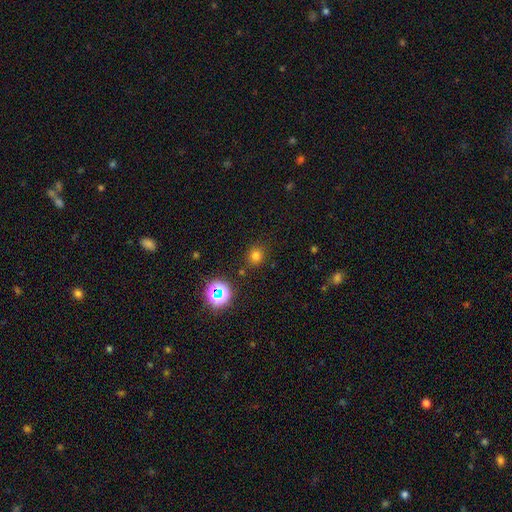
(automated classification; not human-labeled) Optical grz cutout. It shows a smooth galaxy with no disk features (72%) that is round (82%). Merging: none (83%).